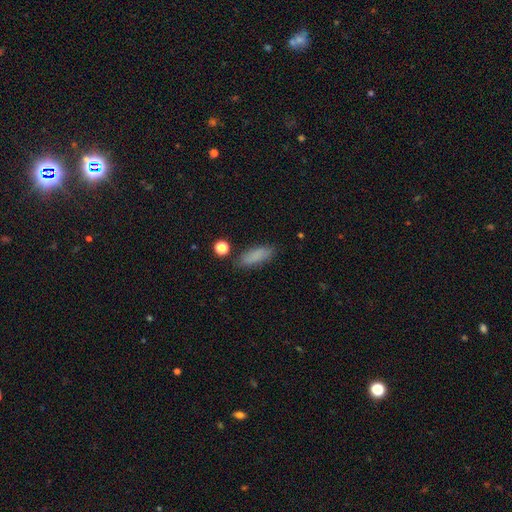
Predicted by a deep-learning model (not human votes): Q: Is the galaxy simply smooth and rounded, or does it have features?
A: smooth — 84%.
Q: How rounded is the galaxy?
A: in between — 58%.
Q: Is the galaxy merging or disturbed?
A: none — 81%.